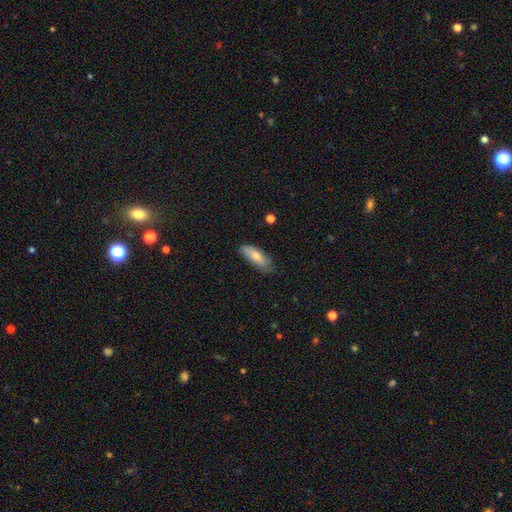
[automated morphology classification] Smooth or featured: smooth — 72% (featured or disk — 20%)
How rounded: in between — 63% (cigar-shaped — 34%)
Merging: none — 77% (minor disturbance — 19%)